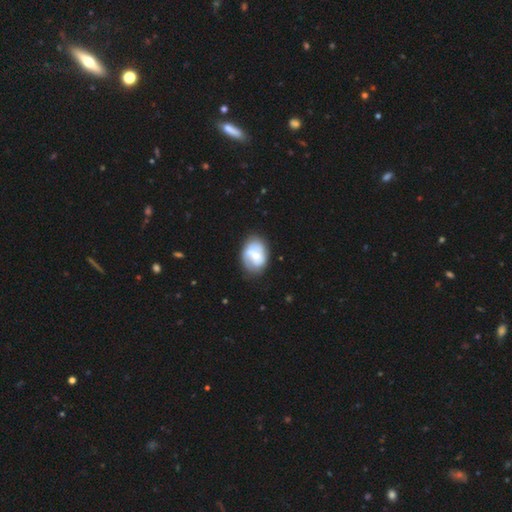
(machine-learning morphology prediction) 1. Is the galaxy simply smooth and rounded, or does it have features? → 54% featured or disk, 39% smooth, 6% star or artifact.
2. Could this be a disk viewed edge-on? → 97% no, 3% yes.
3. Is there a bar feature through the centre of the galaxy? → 54% no, 34% weak, 11% strong.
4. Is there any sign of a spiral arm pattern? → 61% yes, 39% no.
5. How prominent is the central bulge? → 47% small, 44% moderate, 4% large, 4% none, 1% dominant.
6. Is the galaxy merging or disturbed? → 60% none, 22% minor disturbance, 9% major disturbance, 9% merger.